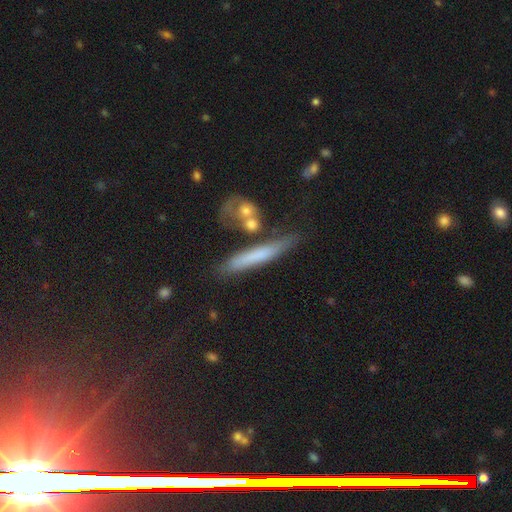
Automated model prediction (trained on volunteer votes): The model was most divided on "smooth or featured": smooth: 59%, featured or disk: 32%, star or artifact: 9%. More confident: how rounded — cigar-shaped (91%); merging — none (69%).